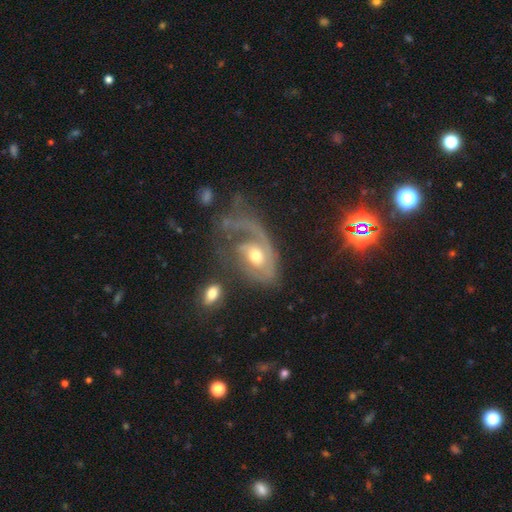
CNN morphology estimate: Smooth or featured?
  - featured or disk: 80% *
  - smooth: 14%
  - star or artifact: 6%
Edge-on disk?
  - no: 95% *
  - yes: 5%
Bar?
  - no: 66% *
  - weak: 28%
  - strong: 7%
Spiral arms?
  - yes: 87% *
  - no: 13%
Spiral winding?
  - medium: 36% *
  - loose: 33%
  - tight: 31%
Spiral arm count?
  - 1: 70% *
  - 2: 15%
  - can't tell: 9%
  - 3: 3%
  - 4: 1%
  - more than 4: 1%
Bulge size?
  - moderate: 66% *
  - small: 24%
  - large: 7%
  - none: 1%
  - dominant: 1%
Merging?
  - major disturbance: 48% *
  - none: 27%
  - minor disturbance: 16%
  - merger: 9%